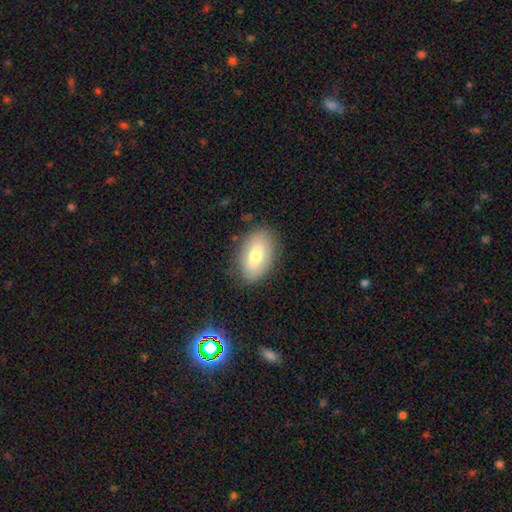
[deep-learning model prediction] Q: Smooth or featured?
A: smooth (63%); runner-up: featured or disk (28%)
Q: How rounded?
A: in between (90%); runner-up: round (6%)
Q: Merging?
A: none (82%); runner-up: minor disturbance (12%)